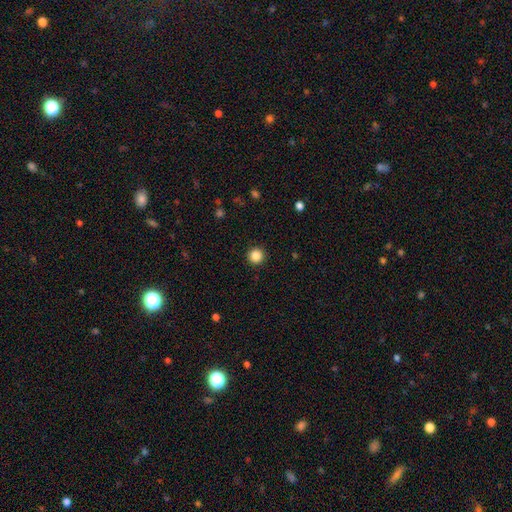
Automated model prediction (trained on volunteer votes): smooth 86%, star or artifact 11%, featured or disk 4%. Down the decision tree: how rounded — round (95%); merging — none (93%).